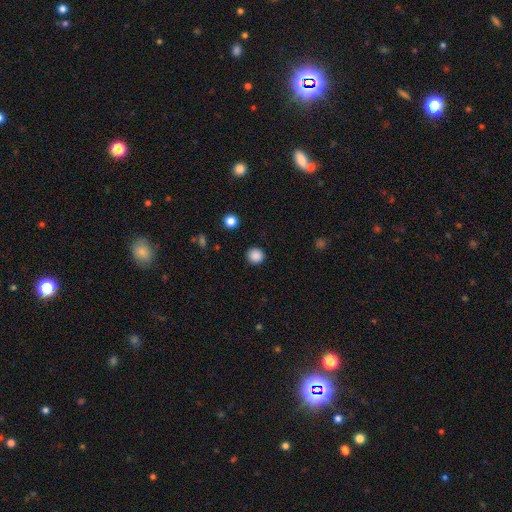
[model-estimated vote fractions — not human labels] Smooth or featured? smooth (87%)
How rounded? round (89%)
Merging? none (90%)